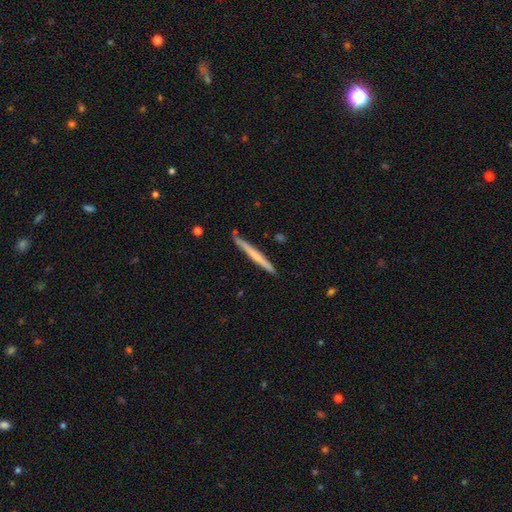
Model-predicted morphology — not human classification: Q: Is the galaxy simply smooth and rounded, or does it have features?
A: smooth — 51%.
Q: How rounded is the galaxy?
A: cigar-shaped — 97%.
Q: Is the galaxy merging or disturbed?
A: none — 88%.